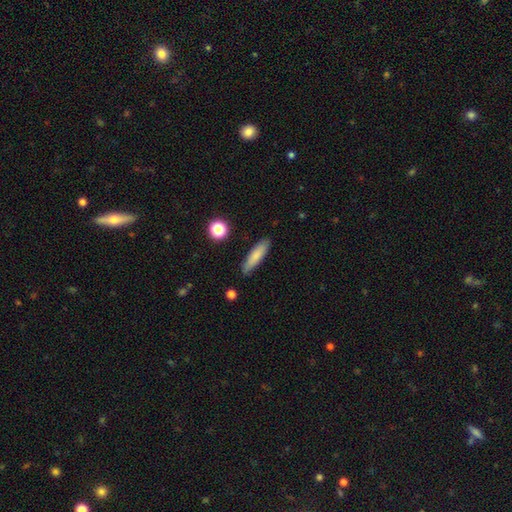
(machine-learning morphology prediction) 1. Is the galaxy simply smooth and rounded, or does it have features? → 81% smooth, 12% featured or disk, 7% star or artifact.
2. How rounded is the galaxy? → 74% cigar-shaped, 24% in between, 2% round.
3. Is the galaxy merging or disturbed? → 86% none, 10% minor disturbance, 2% major disturbance, 2% merger.